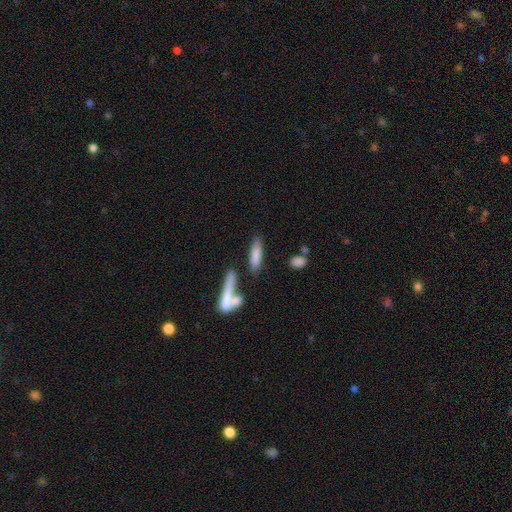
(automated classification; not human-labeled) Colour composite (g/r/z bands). It shows a smooth galaxy with no disk features (79%) that is cigar-shaped (71%). Merging: none (68%).